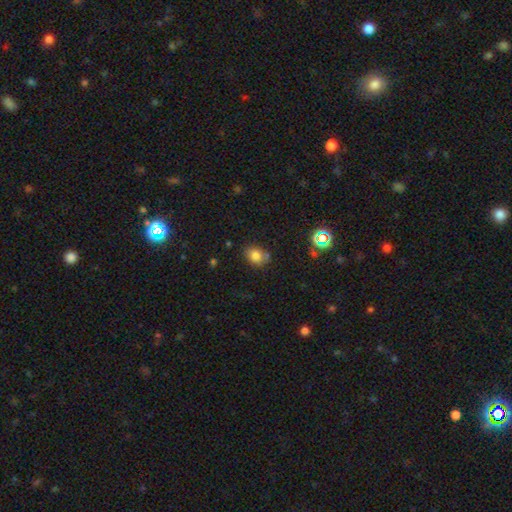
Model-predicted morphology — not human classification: Overall: smooth (79%). How rounded: in between (60%; round 38%). Merging: none (74%).